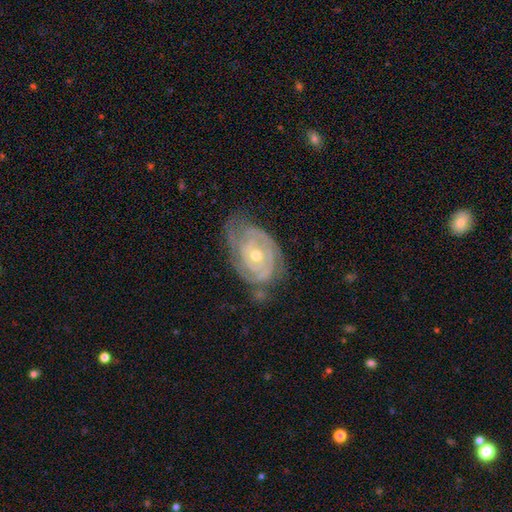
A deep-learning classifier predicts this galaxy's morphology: A featured or disk galaxy (89%) with no bar (72%), 2 (41%) tight (80%) spiral arms (96%) and a moderate central bulge (57%). Merging: none (63%).